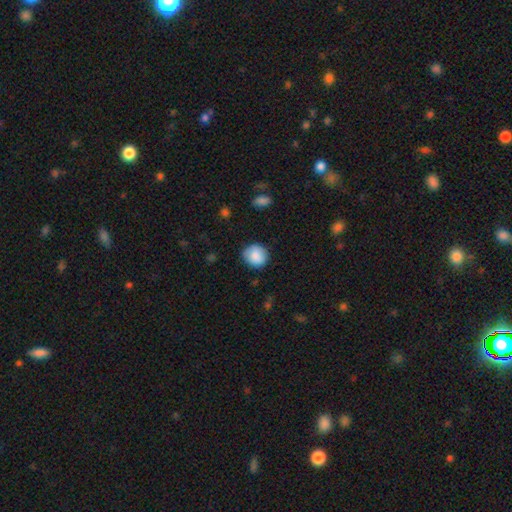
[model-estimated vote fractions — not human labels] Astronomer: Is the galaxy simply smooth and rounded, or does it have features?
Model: smooth — 86%.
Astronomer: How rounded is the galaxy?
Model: round — 85%.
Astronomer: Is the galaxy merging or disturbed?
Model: none — 80%.